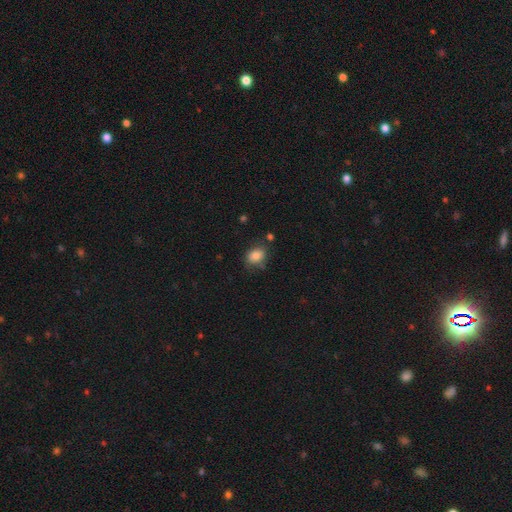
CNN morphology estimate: This appears to be a smooth galaxy with no disk features (84%) that is in between round and cigar-shaped (65%). Merging: none (68%).